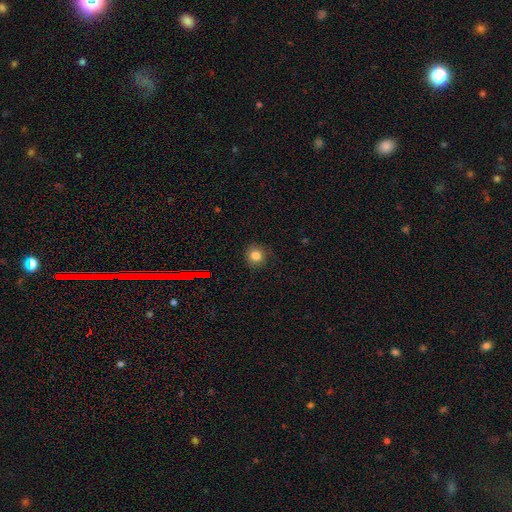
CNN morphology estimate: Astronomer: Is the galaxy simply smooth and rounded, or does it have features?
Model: smooth — 80%.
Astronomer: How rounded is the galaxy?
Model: round — 92%.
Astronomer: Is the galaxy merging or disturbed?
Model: none — 86%.